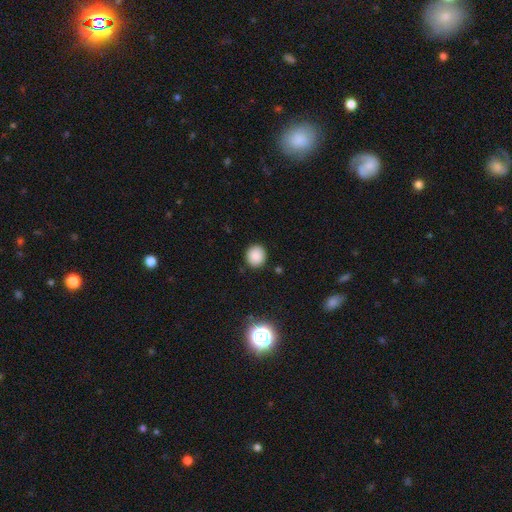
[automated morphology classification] This appears to be a smooth galaxy with no disk features (87%) that is round (87%). Merging: none (90%).